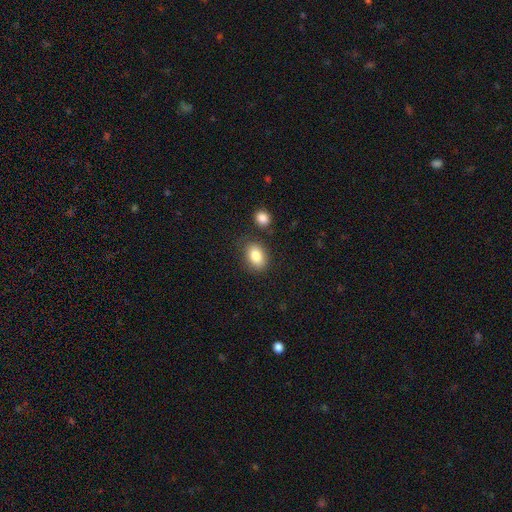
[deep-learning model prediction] Smooth or featured: smooth — 84% (star or artifact — 8%)
How rounded: in between — 76% (round — 23%)
Merging: none — 76% (minor disturbance — 14%)